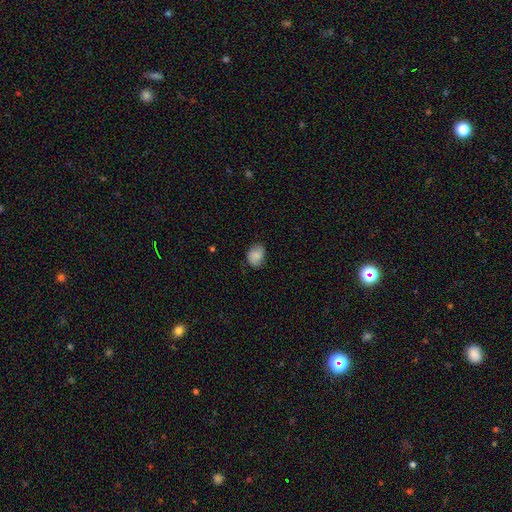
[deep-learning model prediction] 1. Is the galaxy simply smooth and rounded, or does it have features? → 80% smooth, 12% featured or disk, 8% star or artifact.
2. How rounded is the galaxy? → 60% in between, 39% round, 1% cigar-shaped.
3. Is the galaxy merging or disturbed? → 70% none, 24% minor disturbance, 5% major disturbance, 1% merger.